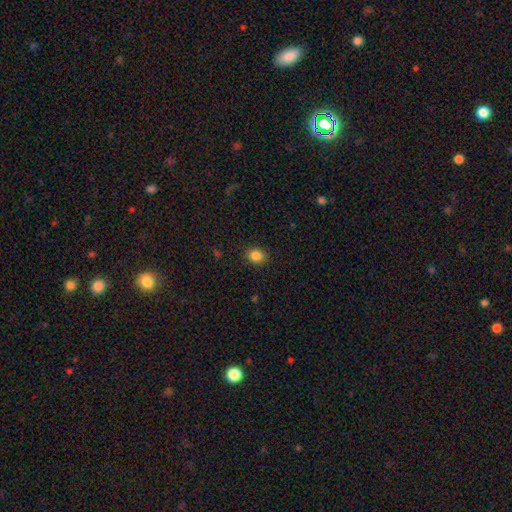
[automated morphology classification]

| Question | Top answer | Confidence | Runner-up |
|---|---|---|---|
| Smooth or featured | smooth | 86% | star or artifact (11%) |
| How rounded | round | 63% | in between (36%) |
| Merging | none | 90% | minor disturbance (7%) |